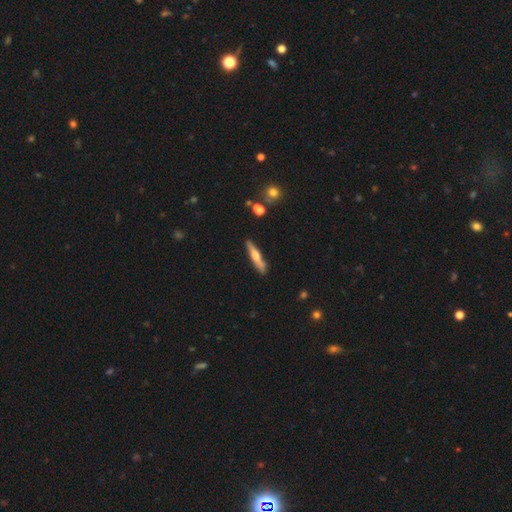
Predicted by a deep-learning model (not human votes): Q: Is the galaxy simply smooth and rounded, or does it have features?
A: featured or disk — 48%.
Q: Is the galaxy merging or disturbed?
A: none — 83%.